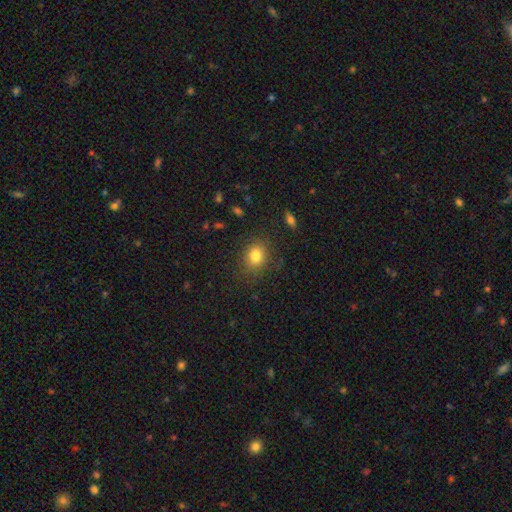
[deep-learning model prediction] Smooth or featured?
  - smooth: 80% *
  - star or artifact: 12%
  - featured or disk: 8%
How rounded?
  - round: 59% *
  - in between: 40%
  - cigar-shaped: 1%
Merging?
  - none: 84% *
  - minor disturbance: 11%
  - major disturbance: 4%
  - merger: 1%